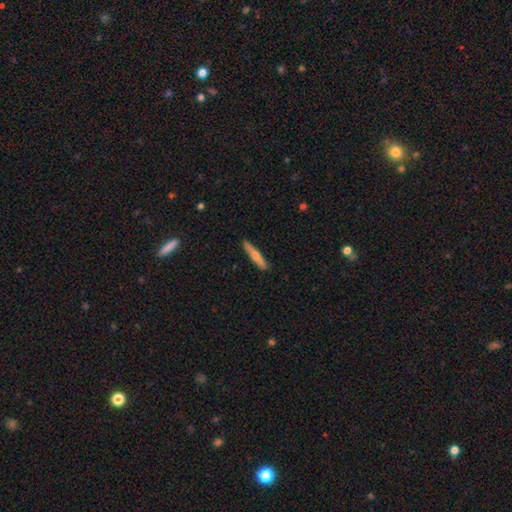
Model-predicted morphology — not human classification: A smooth galaxy with no disk features (49%).

Vote fractions:
- Smooth or featured? smooth: 49% / featured or disk: 45% / star or artifact: 6%
- Merging? none: 89% / minor disturbance: 8% / major disturbance: 2% / merger: 1%